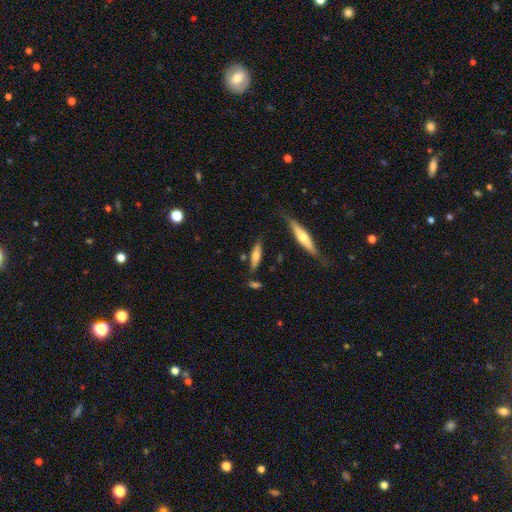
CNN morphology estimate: The model was most divided on "smooth or featured": smooth: 54%, featured or disk: 39%, star or artifact: 7%. More confident: merging — none (74%); how rounded — cigar-shaped (61%).